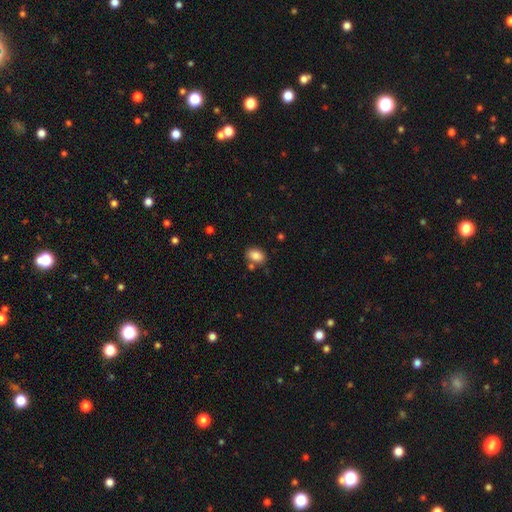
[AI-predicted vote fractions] A smooth galaxy with no disk features (85%) that is in between round and cigar-shaped (80%). Merging: none (72%).